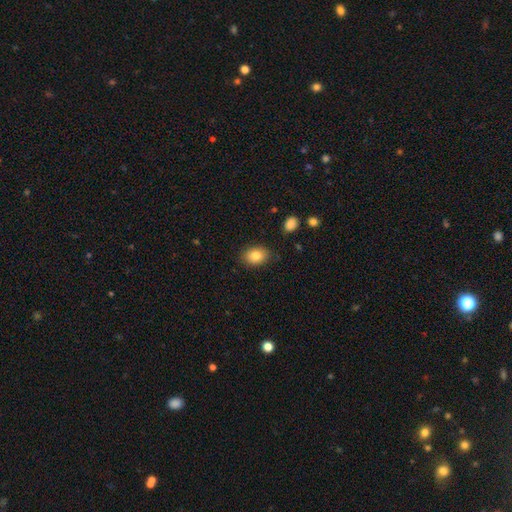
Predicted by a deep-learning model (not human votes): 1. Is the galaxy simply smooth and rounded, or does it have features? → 83% smooth, 9% star or artifact, 9% featured or disk.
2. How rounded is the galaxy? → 73% in between, 26% round, 1% cigar-shaped.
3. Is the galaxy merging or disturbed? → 85% none, 11% minor disturbance, 3% major disturbance, 1% merger.